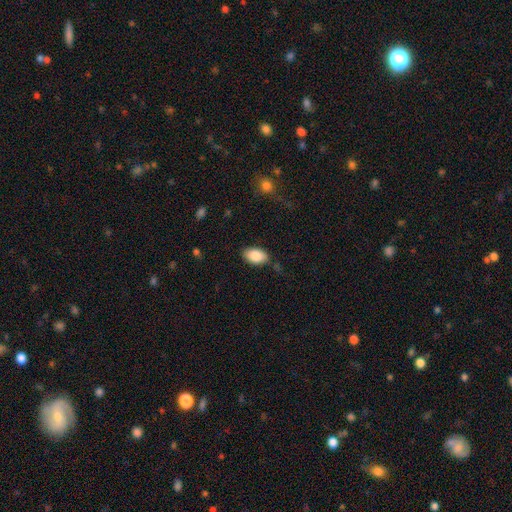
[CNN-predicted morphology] Smooth or featured: smooth — 87% (star or artifact — 6%)
How rounded: in between — 93% (round — 5%)
Merging: none — 81% (minor disturbance — 14%)